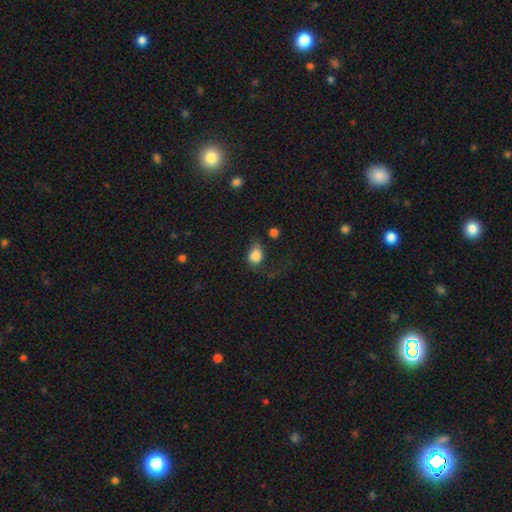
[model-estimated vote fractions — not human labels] Smooth or featured? Predicted: smooth (p=0.83). How rounded? Predicted: in between (p=0.63). Merging? Predicted: none (p=0.38).